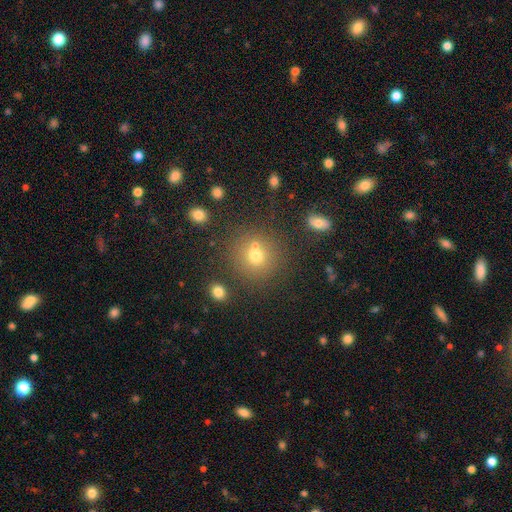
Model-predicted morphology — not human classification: The model was most divided on "merging": none: 66%, merger: 21%, minor disturbance: 9%, major disturbance: 4%. More confident: how rounded — round (89%); smooth or featured — smooth (68%).